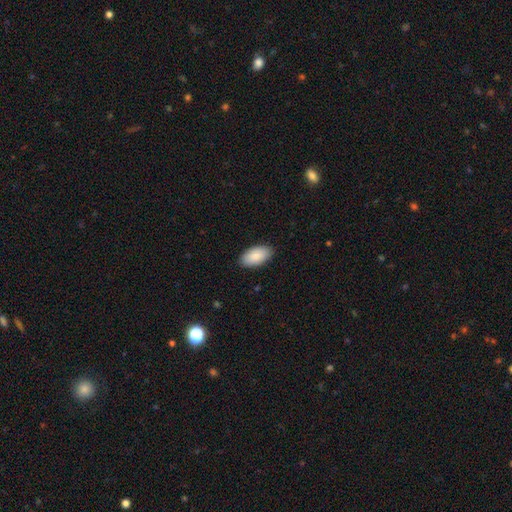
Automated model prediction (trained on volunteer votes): The model was most divided on "merging": none: 88%, minor disturbance: 10%, major disturbance: 2%, merger: 1%. More confident: how rounded — in between (96%); smooth or featured — smooth (89%).